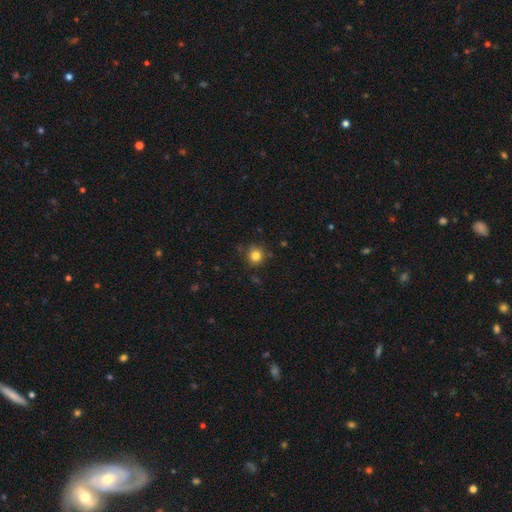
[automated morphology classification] This appears to be a smooth galaxy with no disk features (82%) that is round (91%). Merging: none (83%).